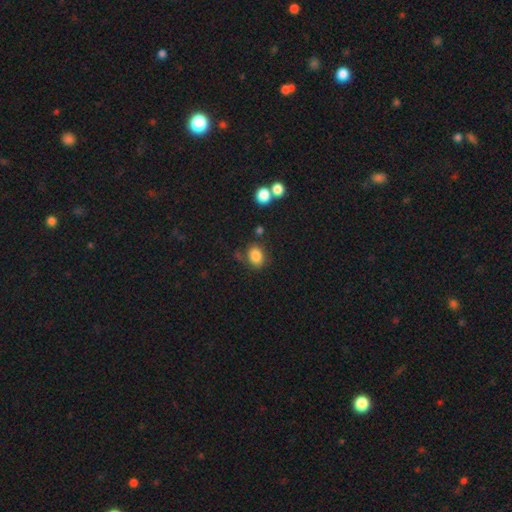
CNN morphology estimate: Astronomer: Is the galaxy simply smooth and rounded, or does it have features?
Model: smooth — 85%.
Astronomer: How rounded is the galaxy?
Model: in between — 64%.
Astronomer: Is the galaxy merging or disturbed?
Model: none — 72%.